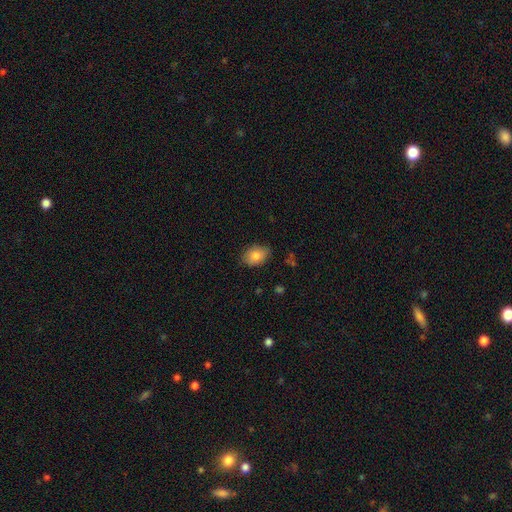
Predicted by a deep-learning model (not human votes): Smooth or featured? smooth (84%)
How rounded? in between (80%)
Merging? none (82%)